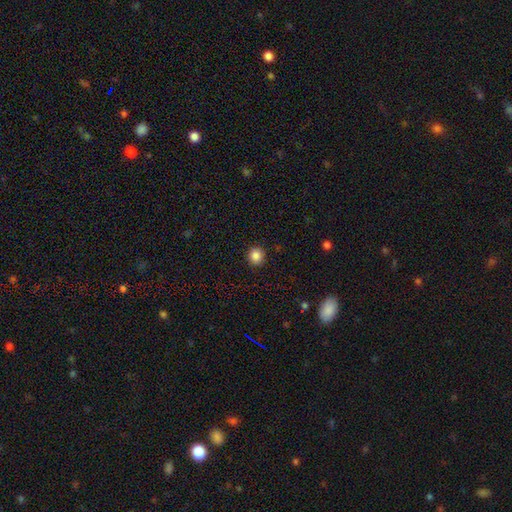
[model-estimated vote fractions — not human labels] This is clearly a smooth galaxy (86%). How rounded: clearly round (90%). Merging: clearly none (91%).